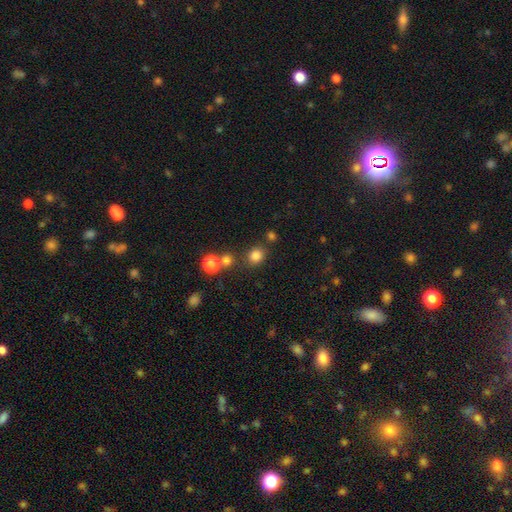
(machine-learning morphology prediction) A smooth galaxy with no disk features (80%) that is round (74%). Merging: none (77%).